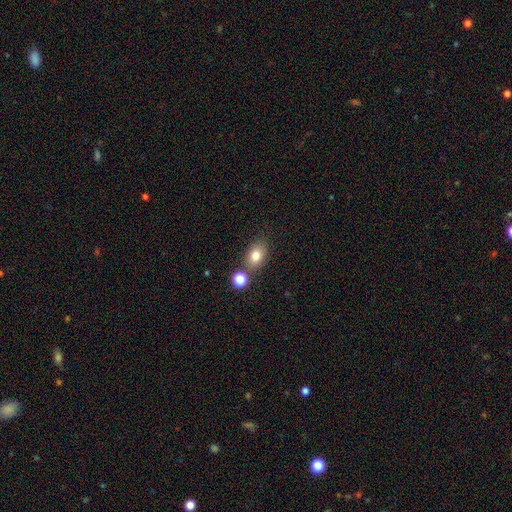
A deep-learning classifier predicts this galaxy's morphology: Smooth or featured? Predicted: smooth (p=0.80). How rounded? Predicted: in between (p=0.73). Merging? Predicted: none (p=0.70).